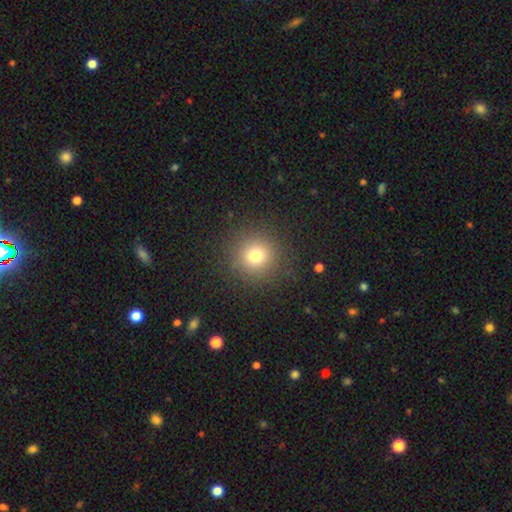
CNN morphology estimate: Q: Smooth or featured?
A: smooth (73%); runner-up: star or artifact (18%)
Q: How rounded?
A: round (95%); runner-up: in between (5%)
Q: Merging?
A: none (89%); runner-up: minor disturbance (6%)